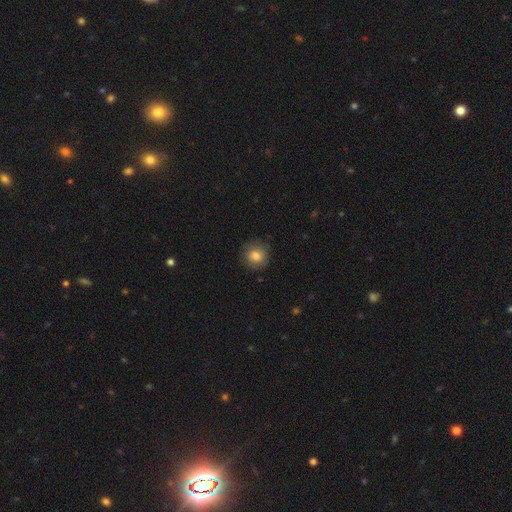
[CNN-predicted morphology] Q: Smooth or featured?
A: smooth (79%); runner-up: featured or disk (12%)
Q: How rounded?
A: round (87%); runner-up: in between (12%)
Q: Merging?
A: none (80%); runner-up: minor disturbance (14%)